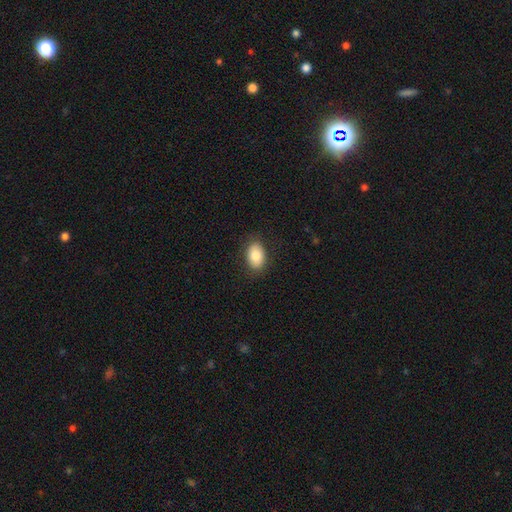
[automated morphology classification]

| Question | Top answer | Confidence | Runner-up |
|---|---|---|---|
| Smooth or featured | smooth | 82% | featured or disk (11%) |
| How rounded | in between | 84% | round (14%) |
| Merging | none | 87% | minor disturbance (10%) |